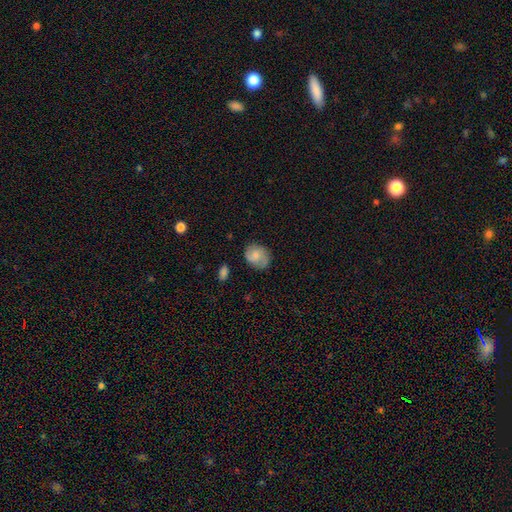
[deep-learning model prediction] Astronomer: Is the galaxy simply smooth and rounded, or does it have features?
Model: smooth — 61%.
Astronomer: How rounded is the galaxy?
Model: round — 60% (runner-up: in between, 39%).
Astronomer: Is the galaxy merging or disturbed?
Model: none — 74%.